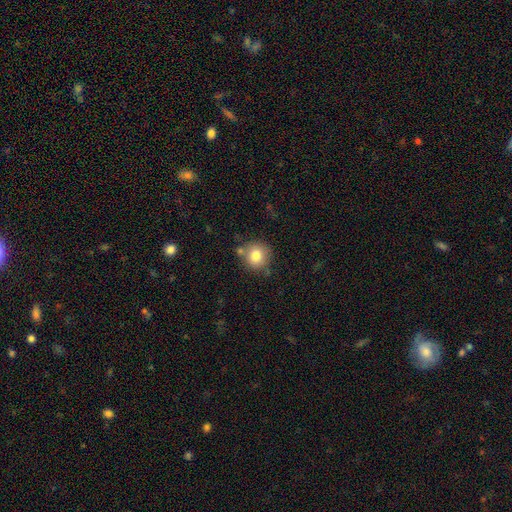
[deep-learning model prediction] A smooth galaxy with no disk features (79%) that is round (89%). Merging: none (73%).